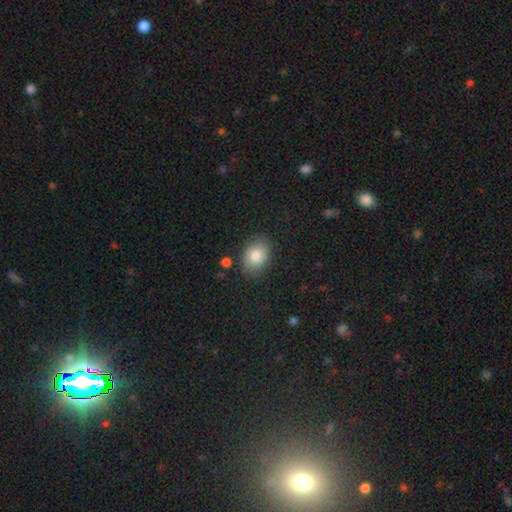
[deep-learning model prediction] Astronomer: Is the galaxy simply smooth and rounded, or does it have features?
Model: smooth — 82%.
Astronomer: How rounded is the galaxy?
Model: in between — 71%.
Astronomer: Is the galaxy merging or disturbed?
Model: none — 82%.